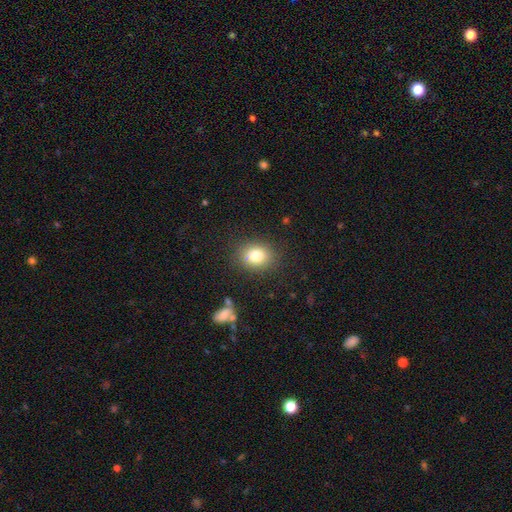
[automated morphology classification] This appears to be a smooth galaxy with no disk features (79%) that is round (60%). Merging: none (85%).